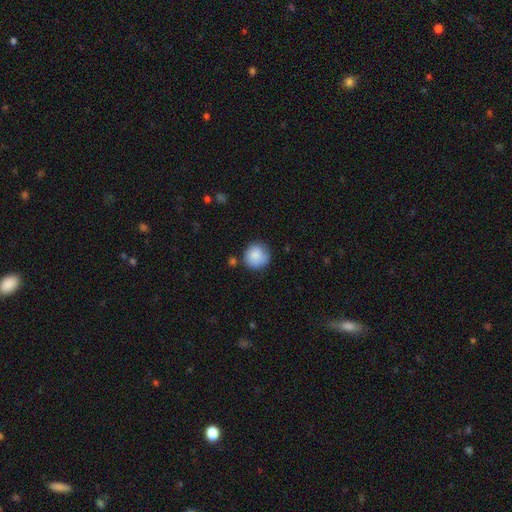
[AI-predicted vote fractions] Smooth or featured: smooth — 86% (star or artifact — 7%)
How rounded: round — 92% (in between — 7%)
Merging: none — 75% (minor disturbance — 16%)